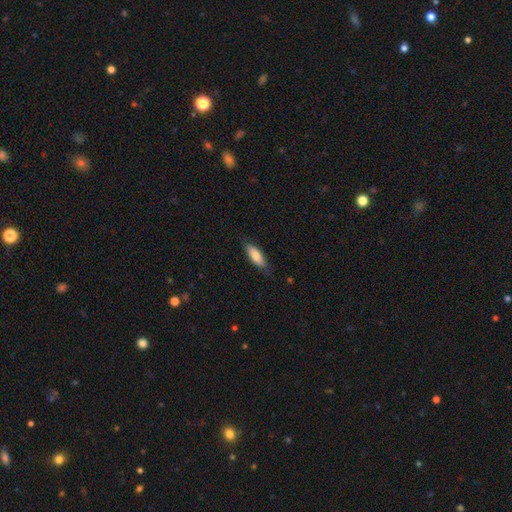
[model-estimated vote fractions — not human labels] smooth_or_featured: smooth (p=0.79) [alt: featured or disk p=0.16]
how_rounded: in between (p=0.63) [alt: cigar-shaped p=0.35]
merging: none (p=0.79) [alt: minor disturbance p=0.17]